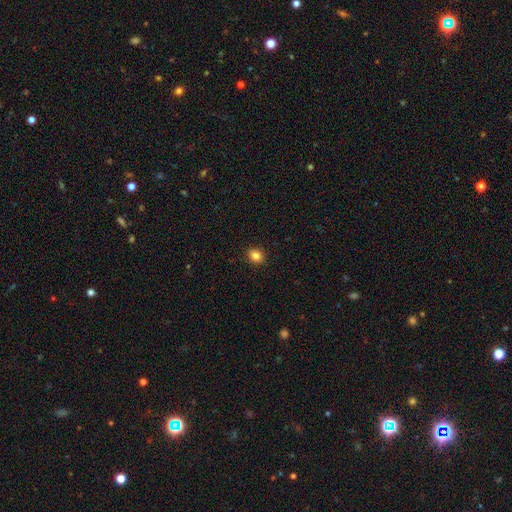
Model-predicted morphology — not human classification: type=smooth (84%); roundness=round (62%); merging=none (91%).